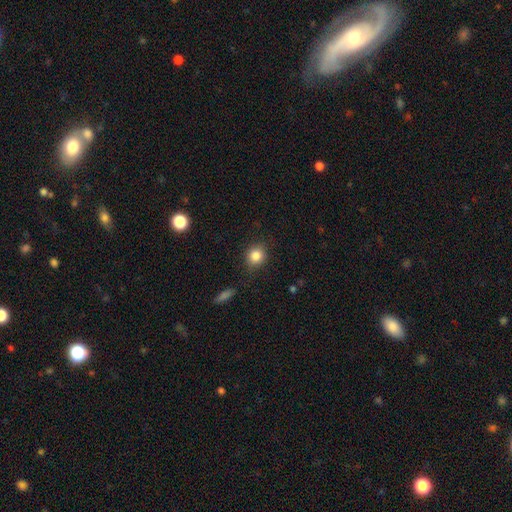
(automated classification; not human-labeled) smooth 84%, star or artifact 10%, featured or disk 6%. Down the decision tree: how rounded — round (78%); merging — none (84%).